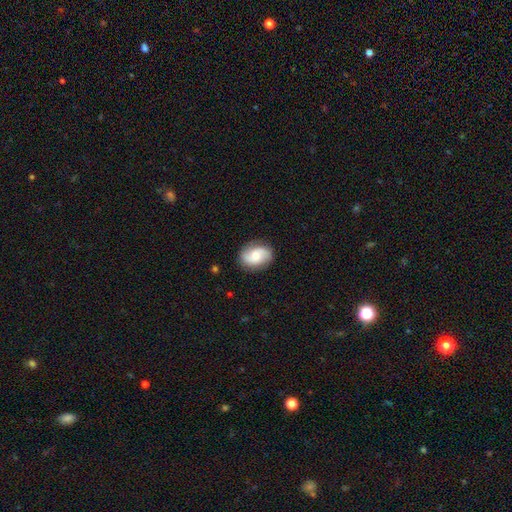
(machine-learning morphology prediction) Smooth or featured: featured or disk — 51% (smooth — 42%)
Edge-on disk: no — 97% (yes — 3%)
Merging: none — 82% (minor disturbance — 13%)